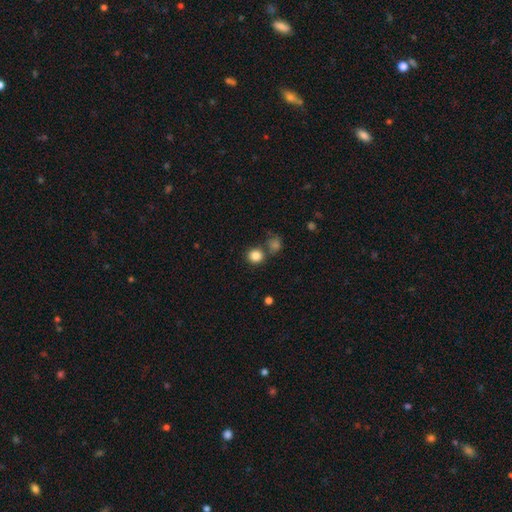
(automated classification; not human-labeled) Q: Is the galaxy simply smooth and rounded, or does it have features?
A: smooth — 85%.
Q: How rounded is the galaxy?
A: round — 88%.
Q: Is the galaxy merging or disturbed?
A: none — 71%.